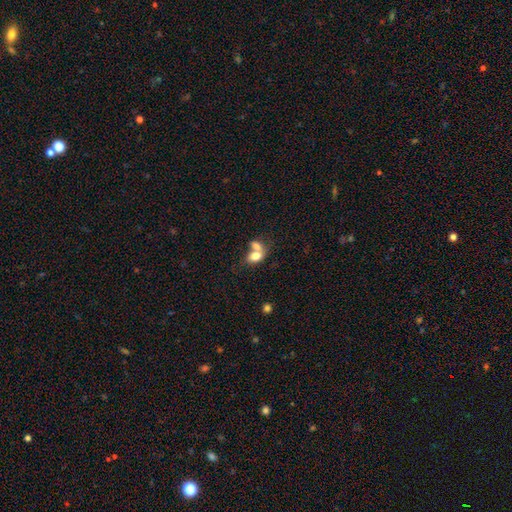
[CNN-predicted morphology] The model was most divided on "merging": merger: 66%, none: 21%, minor disturbance: 8%, major disturbance: 5%. More confident: how rounded — in between (81%); smooth or featured — smooth (74%).